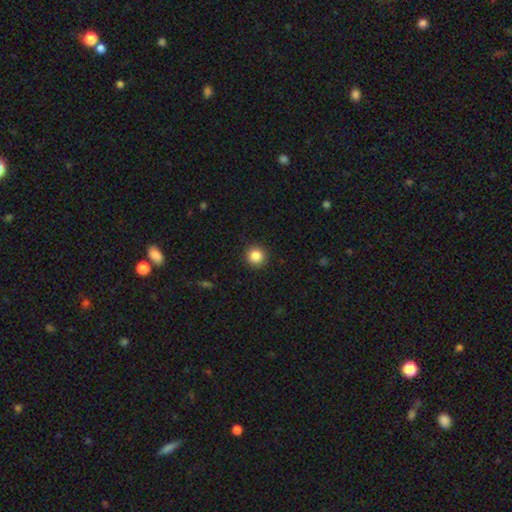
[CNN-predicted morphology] A smooth galaxy with no disk features (86%) that is round (94%). Merging: none (92%).